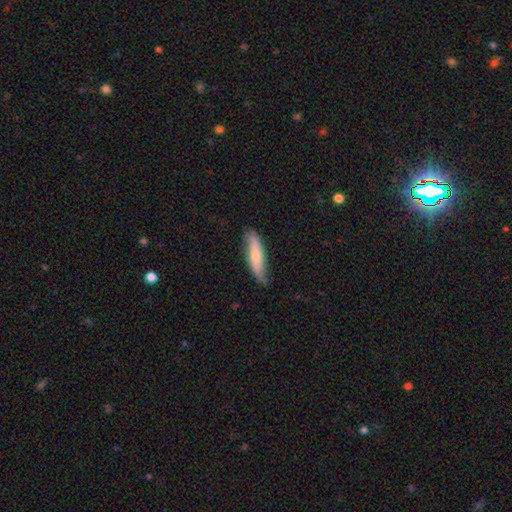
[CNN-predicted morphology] Smooth or featured? Predicted: smooth (p=0.54). How rounded? Predicted: cigar-shaped (p=0.67). Merging? Predicted: none (p=0.72).